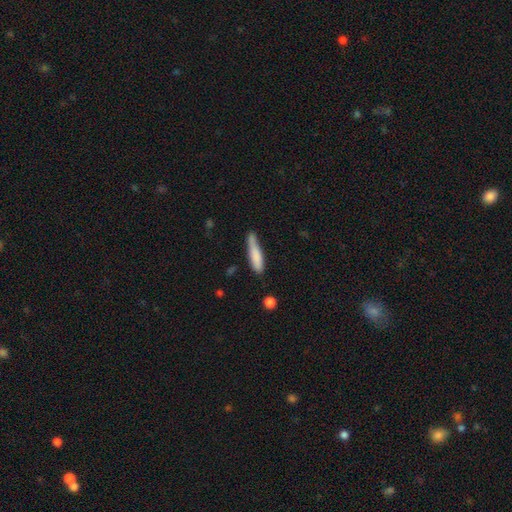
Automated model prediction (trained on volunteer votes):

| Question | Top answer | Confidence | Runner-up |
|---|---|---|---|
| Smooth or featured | smooth | 79% | featured or disk (15%) |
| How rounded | cigar-shaped | 81% | in between (18%) |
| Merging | none | 58% | minor disturbance (30%) |